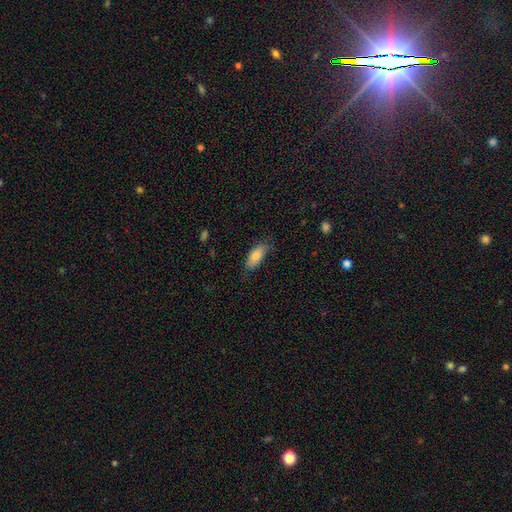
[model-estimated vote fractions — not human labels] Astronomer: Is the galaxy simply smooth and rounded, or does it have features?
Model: smooth — 78%.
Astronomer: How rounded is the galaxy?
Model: in between — 76%.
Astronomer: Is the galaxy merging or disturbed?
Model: none — 74%.